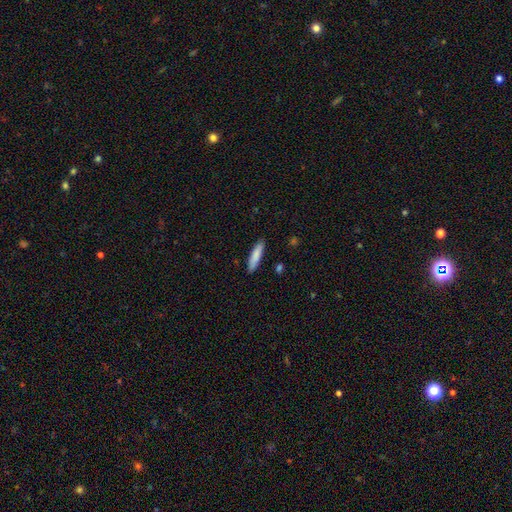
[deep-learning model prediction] A smooth galaxy with no disk features (83%) that is cigar-shaped (80%).

Vote fractions:
- Smooth or featured? smooth: 83% / featured or disk: 11% / star or artifact: 6%
- How rounded? cigar-shaped: 80% / in between: 19% / round: 1%
- Merging? none: 89% / minor disturbance: 8% / major disturbance: 2% / merger: 1%